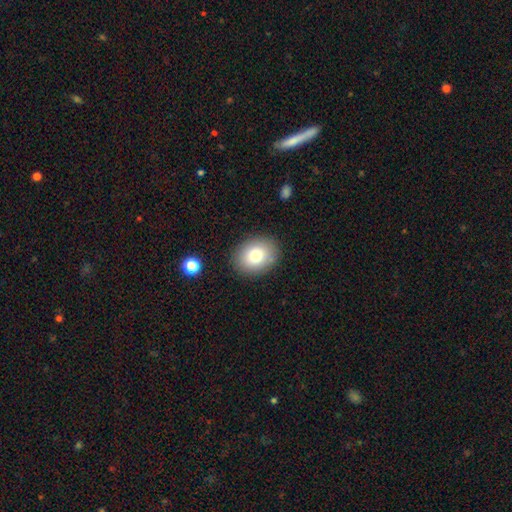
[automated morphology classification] A smooth galaxy with no disk features (80%) that is in between round and cigar-shaped (60%).

Vote fractions:
- Smooth or featured? smooth: 80% / featured or disk: 11% / star or artifact: 9%
- How rounded? in between: 60% / round: 39% / cigar-shaped: 1%
- Merging? none: 86% / minor disturbance: 10% / major disturbance: 3% / merger: 2%